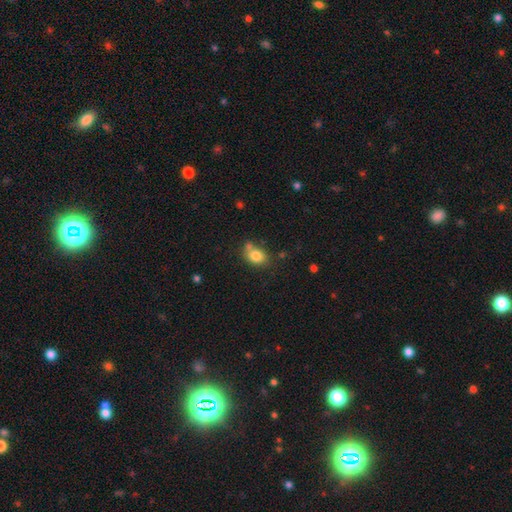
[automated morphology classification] This appears to be a smooth galaxy with no disk features (81%) that is in between round and cigar-shaped (64%). Merging: none (56%).